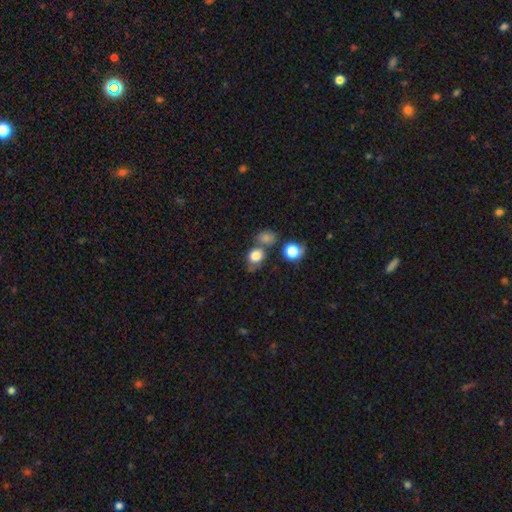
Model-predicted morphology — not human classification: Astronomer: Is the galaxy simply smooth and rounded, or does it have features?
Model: smooth — 80%.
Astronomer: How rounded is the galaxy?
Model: round — 61% (runner-up: in between, 38%).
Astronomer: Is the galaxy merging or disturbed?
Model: none — 50% (runner-up: merger, 28%).